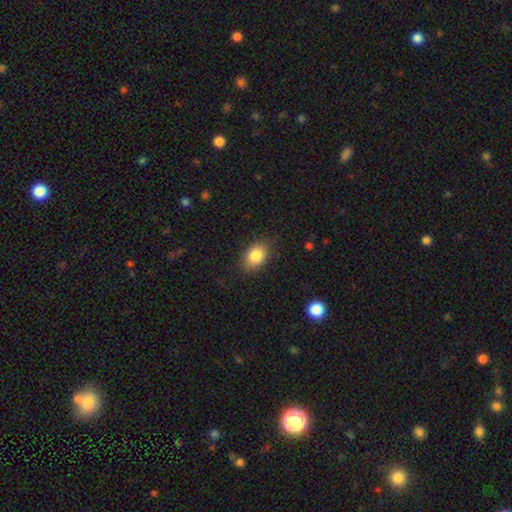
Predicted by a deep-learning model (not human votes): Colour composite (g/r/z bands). It shows a smooth galaxy with no disk features (84%) that is in between round and cigar-shaped (79%). Merging: none (83%).